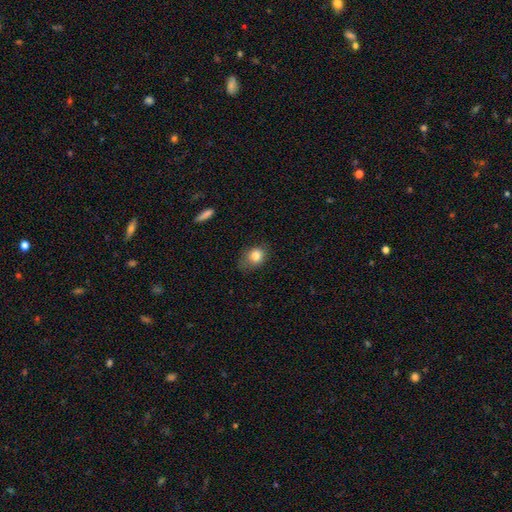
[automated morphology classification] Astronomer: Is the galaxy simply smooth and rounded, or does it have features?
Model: smooth — 82%.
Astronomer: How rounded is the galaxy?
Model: in between — 52% (runner-up: round, 47%).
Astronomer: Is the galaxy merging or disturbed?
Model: none — 54% (runner-up: minor disturbance, 31%).